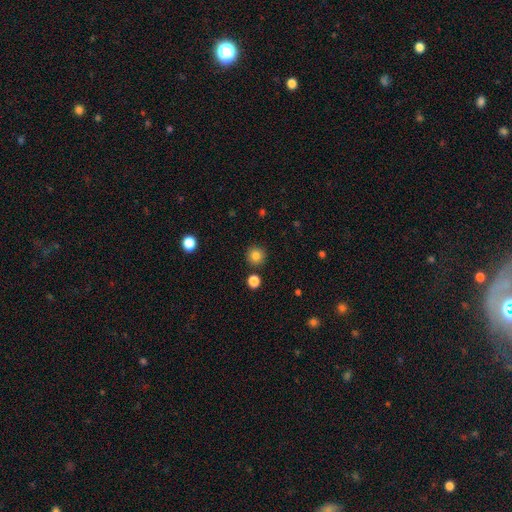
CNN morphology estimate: A smooth galaxy with no disk features (83%) that is round (94%).

Vote fractions:
- Smooth or featured? smooth: 83% / star or artifact: 11% / featured or disk: 6%
- How rounded? round: 94% / in between: 5% / cigar-shaped: 1%
- Merging? none: 89% / minor disturbance: 6% / merger: 3% / major disturbance: 2%